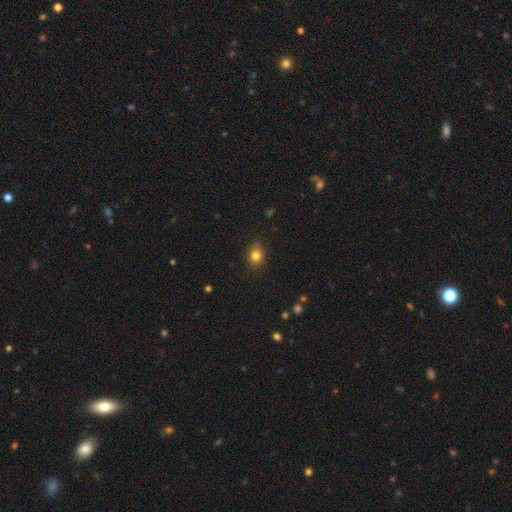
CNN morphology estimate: A smooth galaxy with no disk features (81%) that is round (55%).

Vote fractions:
- Smooth or featured? smooth: 81% / star or artifact: 12% / featured or disk: 8%
- How rounded? round: 55% / in between: 44% / cigar-shaped: 1%
- Merging? none: 77% / minor disturbance: 17% / major disturbance: 3% / merger: 2%